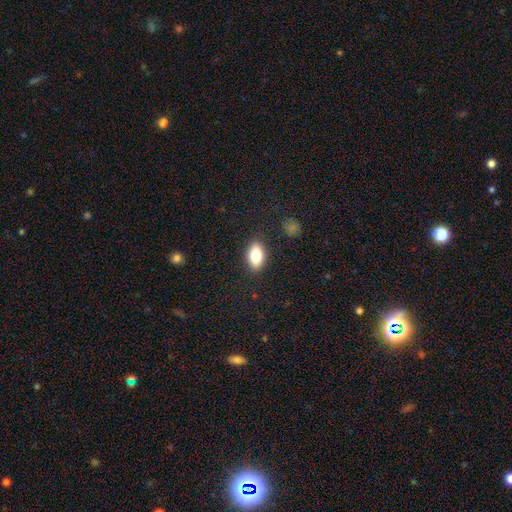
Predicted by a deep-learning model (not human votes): This appears to be a smooth galaxy with no disk features (81%) that is in between round and cigar-shaped (89%). Merging: none (87%).